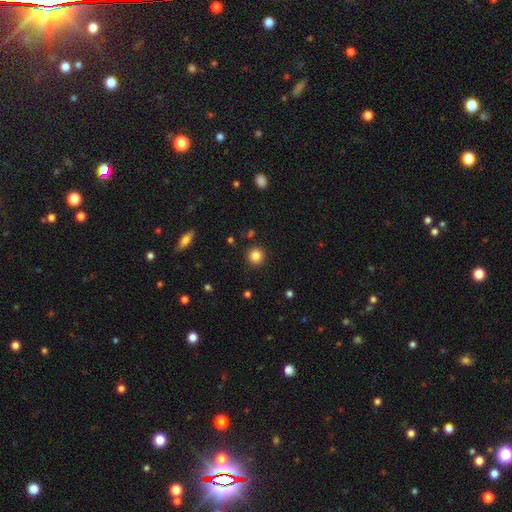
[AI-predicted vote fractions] The model was most divided on "smooth or featured": smooth: 84%, star or artifact: 11%, featured or disk: 5%. More confident: how rounded — round (94%); merging — none (91%).